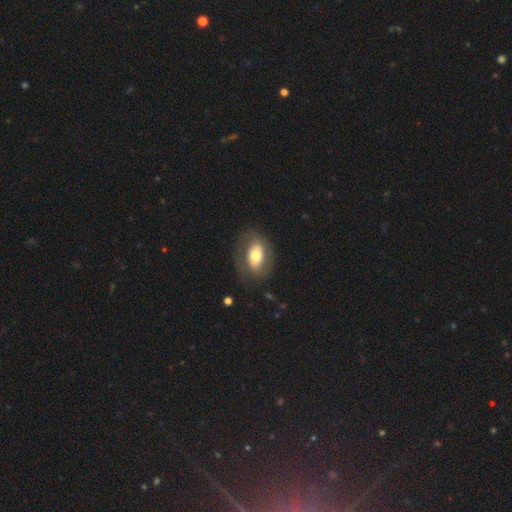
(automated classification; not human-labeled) The model was most divided on "smooth or featured": smooth: 59%, featured or disk: 34%, star or artifact: 7%. More confident: how rounded — in between (81%); merging — none (78%).